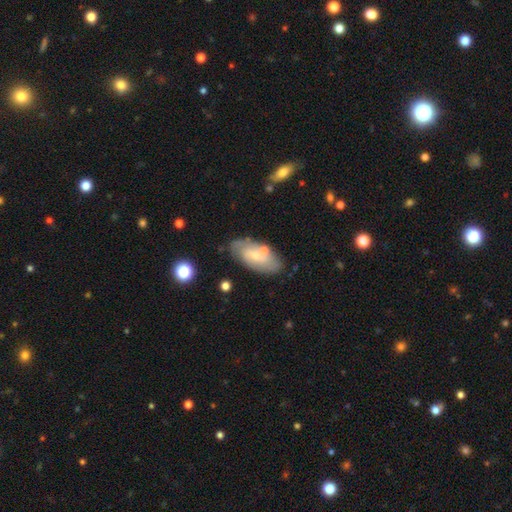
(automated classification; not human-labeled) Smooth or featured? smooth (47%)
Merging? none (68%)